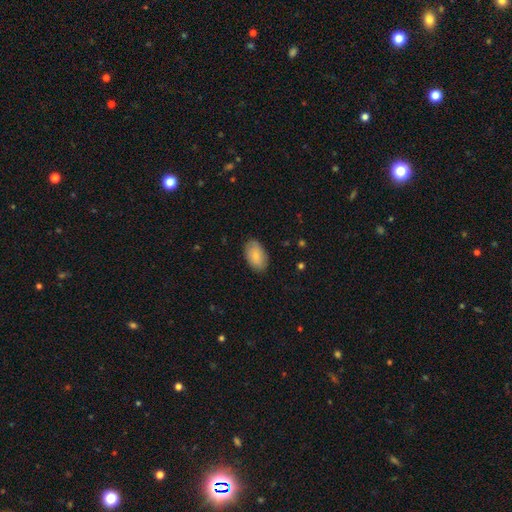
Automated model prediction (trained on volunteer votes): Q: Smooth or featured?
A: smooth (79%); runner-up: featured or disk (15%)
Q: How rounded?
A: in between (93%); runner-up: round (6%)
Q: Merging?
A: none (84%); runner-up: minor disturbance (13%)